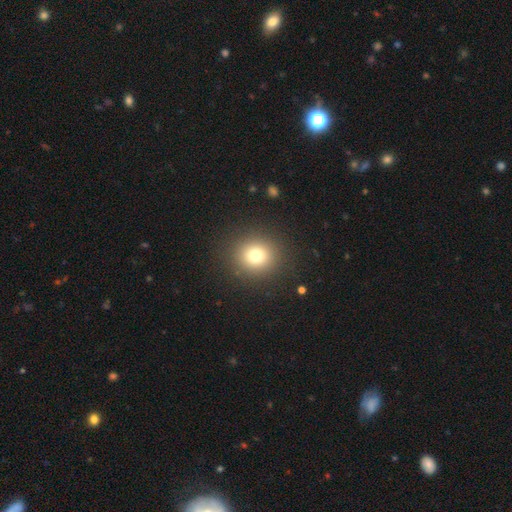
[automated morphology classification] Overall: smooth (76%). How rounded: round (89%). Merging: none (90%).